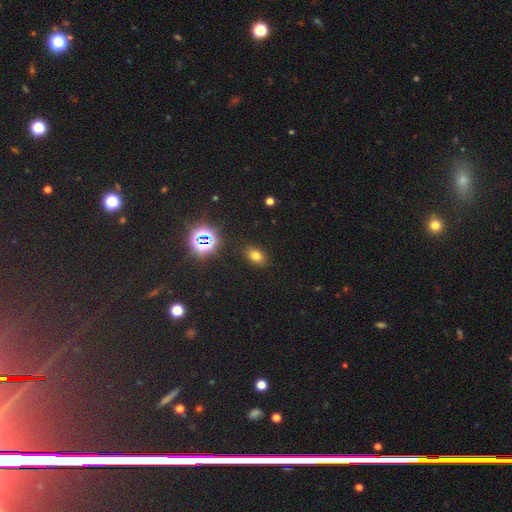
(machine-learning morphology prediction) Smooth or featured: smooth — 69% (star or artifact — 23%)
How rounded: in between — 76% (round — 22%)
Merging: none — 88% (minor disturbance — 8%)